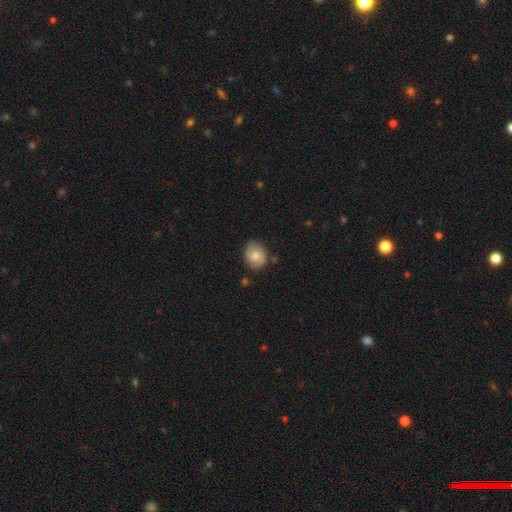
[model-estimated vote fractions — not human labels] Smooth or featured? smooth (58%)
How rounded? round (56%)
Merging? none (75%)